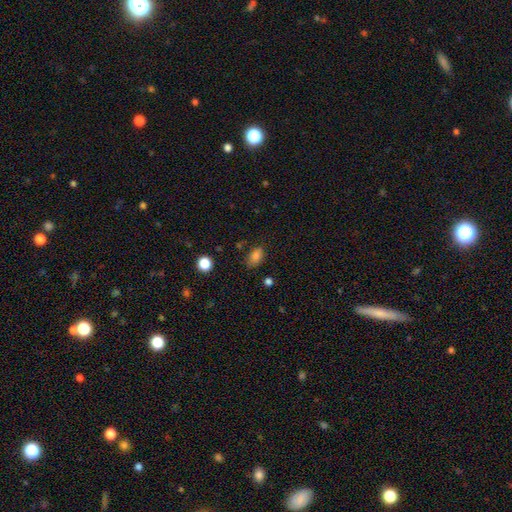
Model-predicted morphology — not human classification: type=smooth (82%); roundness=in between (84%); merging=none (70%).